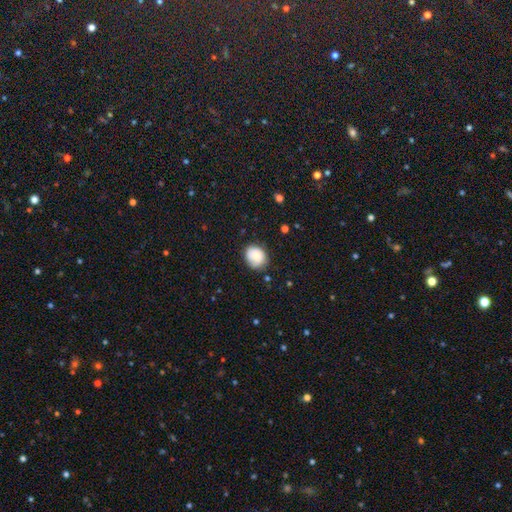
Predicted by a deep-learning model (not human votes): Morphology: type=smooth (75%); roundness=round (64%); merging=none (75%).